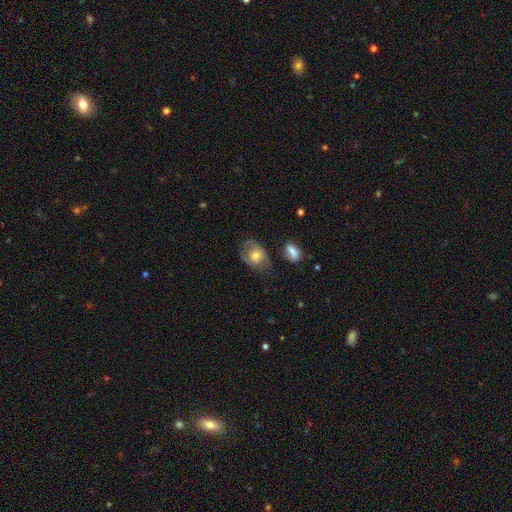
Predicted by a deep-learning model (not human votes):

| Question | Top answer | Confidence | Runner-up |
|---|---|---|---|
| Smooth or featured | smooth | 58% | featured or disk (34%) |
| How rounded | in between | 60% | round (38%) |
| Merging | none | 43% | minor disturbance (30%) |